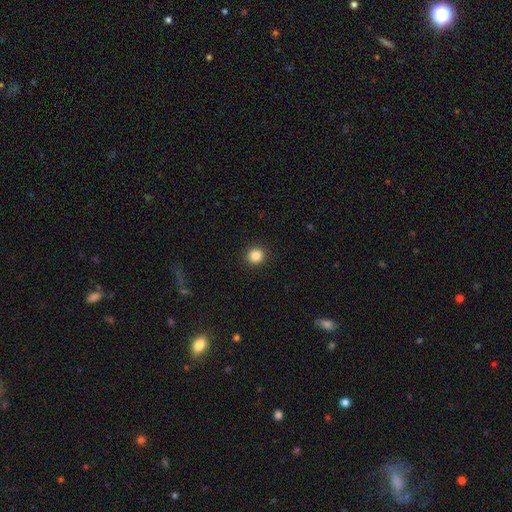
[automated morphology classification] smooth_or_featured: smooth (p=0.86) [alt: star or artifact p=0.10]
how_rounded: round (p=0.88) [alt: in between p=0.11]
merging: none (p=0.92) [alt: minor disturbance p=0.05]